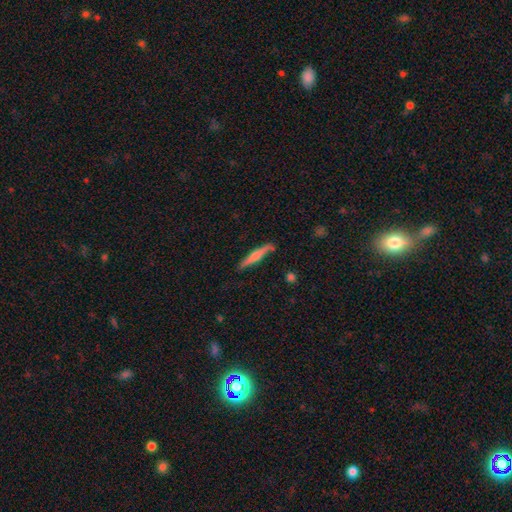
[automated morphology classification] smooth-or-featured: smooth: 47% (tied) | featured or disk: 47% (tied) | star or artifact: 6%
  merging: none: 83% | minor disturbance: 12% | merger: 2% | major disturbance: 2%